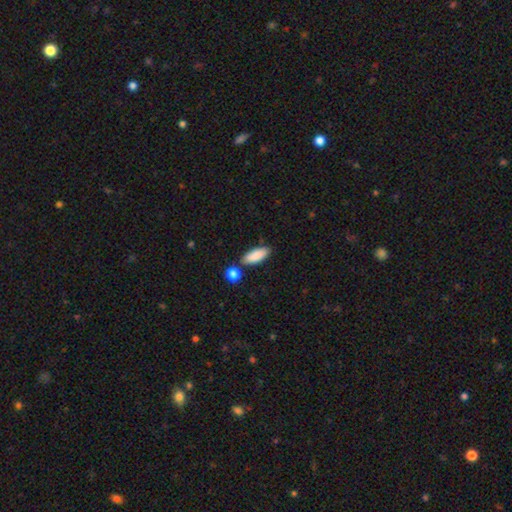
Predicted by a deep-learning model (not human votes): Smooth or featured: smooth — 87% (featured or disk — 7%)
How rounded: in between — 78% (cigar-shaped — 19%)
Merging: none — 75% (minor disturbance — 12%)